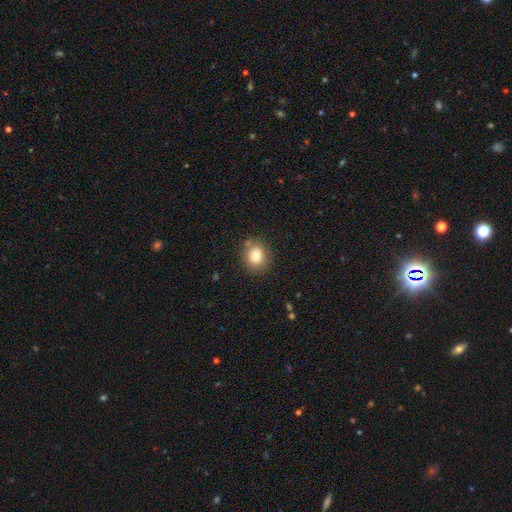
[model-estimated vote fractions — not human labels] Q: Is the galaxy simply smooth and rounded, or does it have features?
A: smooth — 83%.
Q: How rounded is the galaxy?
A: round — 66%.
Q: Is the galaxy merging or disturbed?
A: none — 80%.